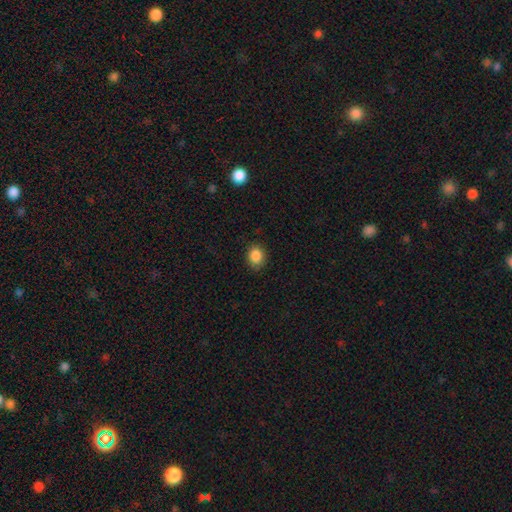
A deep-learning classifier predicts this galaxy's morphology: type=smooth (87%); roundness=round (53%); merging=none (85%).